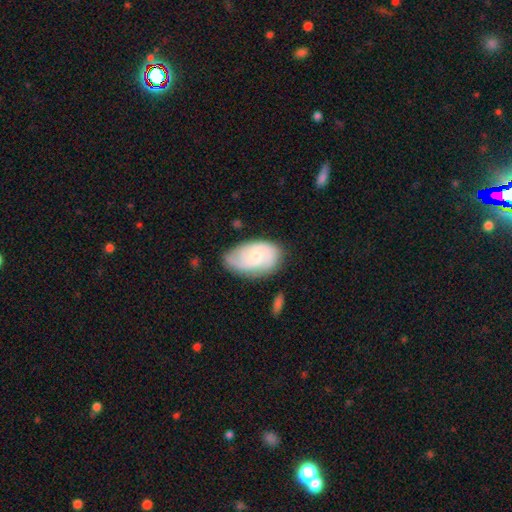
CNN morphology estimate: Smooth or featured? featured or disk (58%)
Edge-on disk? no (96%)
Bar? weak (49%)
Spiral arms? yes (86%)
Bulge size? small (56%)
Merging? none (59%)